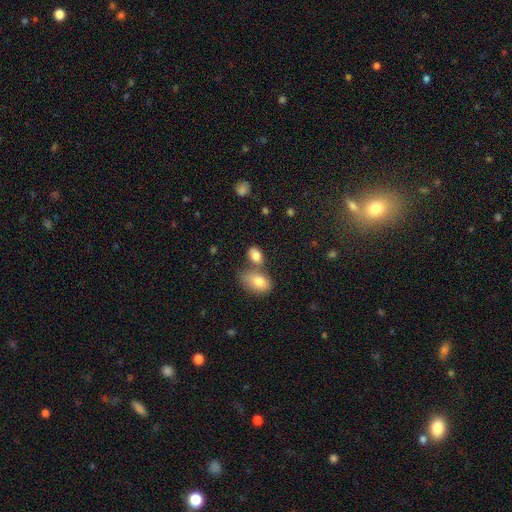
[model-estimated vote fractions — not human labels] smooth_or_featured: smooth (p=0.82) [alt: featured or disk p=0.10]
how_rounded: in between (p=0.86) [alt: round p=0.12]
merging: none (p=0.46) [alt: merger p=0.37]